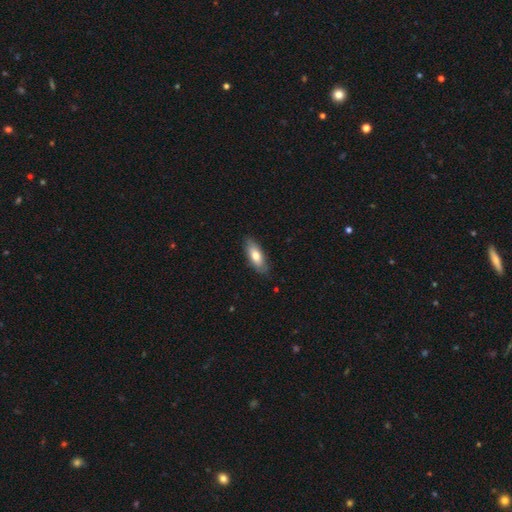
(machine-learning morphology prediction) type=smooth (72%); roundness=in between (75%); merging=none (84%).